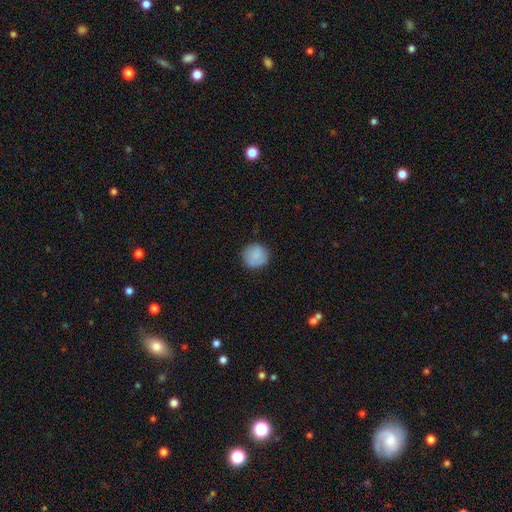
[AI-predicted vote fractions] This is clearly a smooth galaxy (87%). How rounded: clearly round (92%). Merging: clearly none (85%).